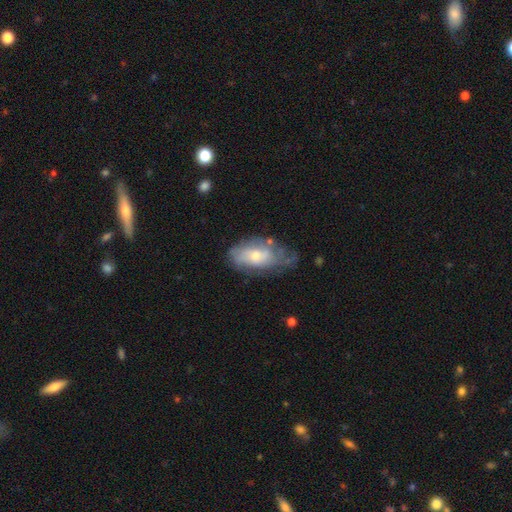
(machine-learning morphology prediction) A featured or disk galaxy (50%).

Vote fractions:
- Smooth or featured? featured or disk: 50% / smooth: 43% / star or artifact: 7%
- Merging? none: 42% / minor disturbance: 33% / major disturbance: 22% / merger: 4%